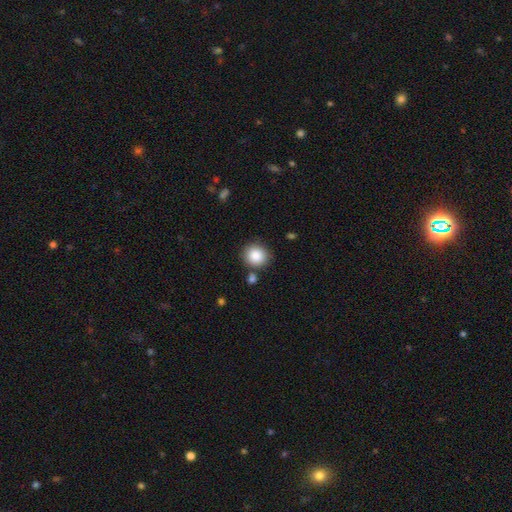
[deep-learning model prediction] A smooth galaxy with no disk features (87%) that is round (88%). Merging: none (82%).